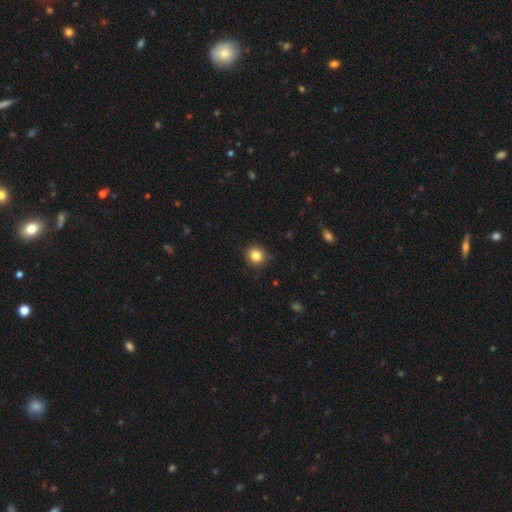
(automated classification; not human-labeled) Smooth or featured? smooth (83%)
How rounded? round (92%)
Merging? none (89%)